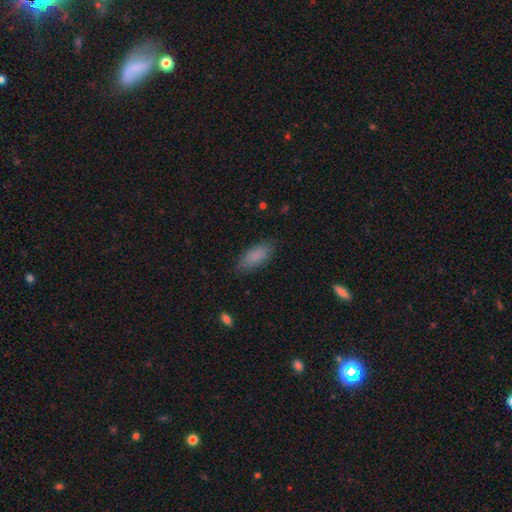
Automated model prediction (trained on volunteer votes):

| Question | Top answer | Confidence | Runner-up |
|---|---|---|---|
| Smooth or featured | smooth | 87% | featured or disk (7%) |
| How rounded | in between | 81% | cigar-shaped (17%) |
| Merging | none | 83% | minor disturbance (13%) |